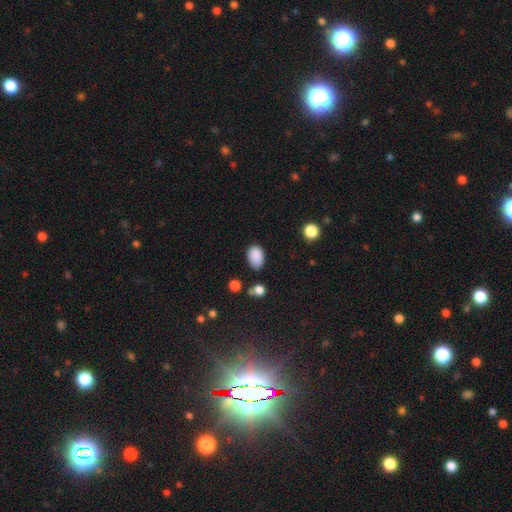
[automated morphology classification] A smooth galaxy with no disk features (87%) that is in between round and cigar-shaped (88%). Merging: none (69%).